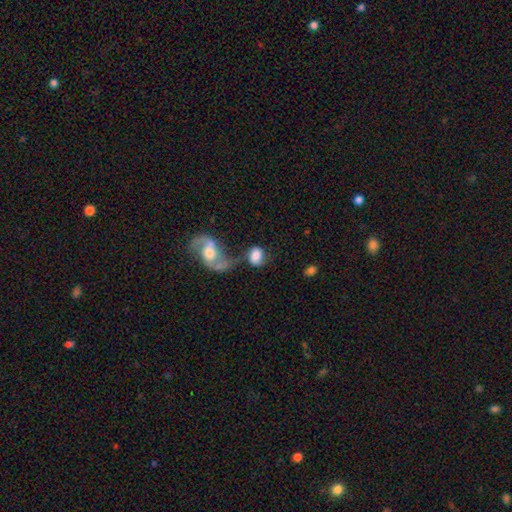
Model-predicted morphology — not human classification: A smooth galaxy with no disk features (64%) that is in between round and cigar-shaped (67%). Merging: merger (37%).